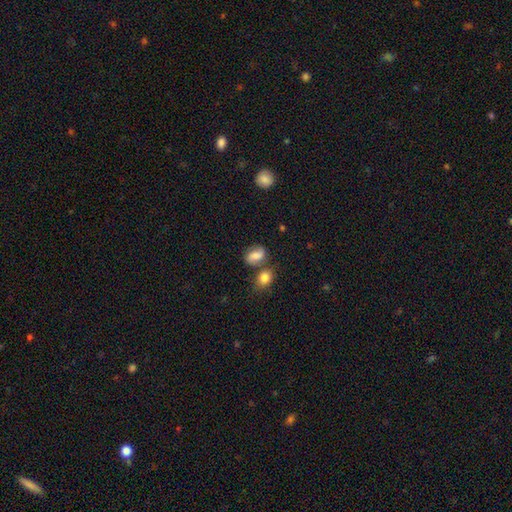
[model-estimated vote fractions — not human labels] Morphology: type=smooth (63%); roundness=in between (74%); merging=none (55%).